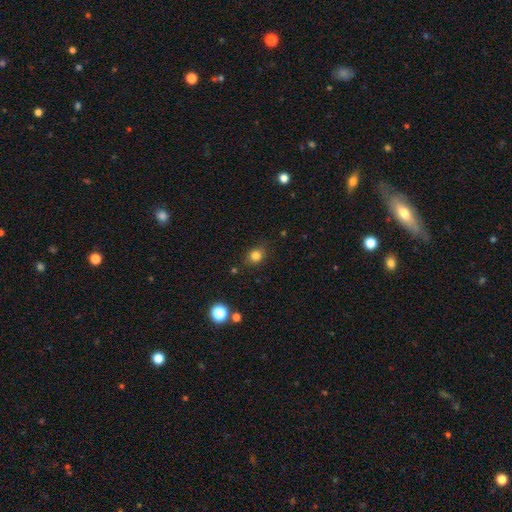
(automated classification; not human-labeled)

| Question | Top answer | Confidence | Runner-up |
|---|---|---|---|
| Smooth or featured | smooth | 82% | star or artifact (13%) |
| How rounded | round | 63% | in between (36%) |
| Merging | none | 80% | minor disturbance (14%) |